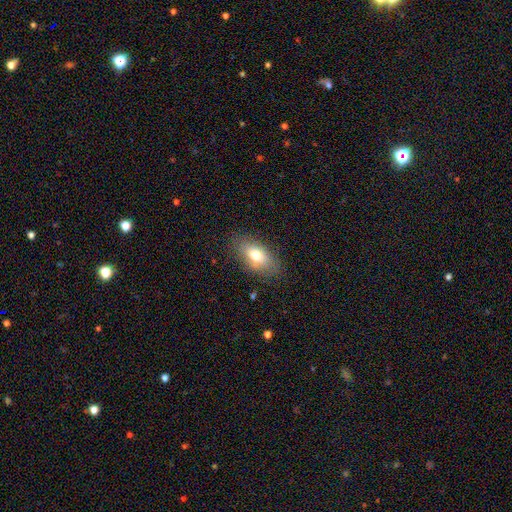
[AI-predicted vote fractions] Smooth or featured? Predicted: smooth (p=0.70). How rounded? Predicted: in between (p=0.88). Merging? Predicted: none (p=0.80).